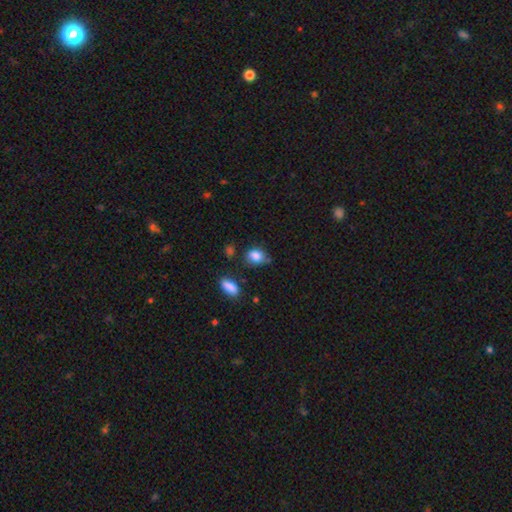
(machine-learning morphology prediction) Q: Smooth or featured?
A: smooth (83%); runner-up: star or artifact (10%)
Q: How rounded?
A: in between (65%); runner-up: round (34%)
Q: Merging?
A: none (54%); runner-up: minor disturbance (32%)